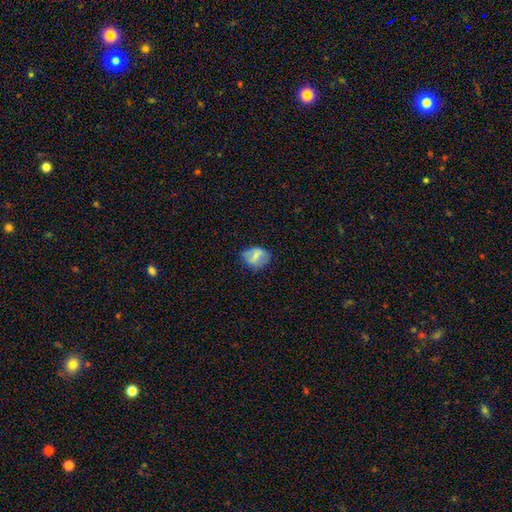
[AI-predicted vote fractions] Smooth or featured: smooth — 57% (featured or disk — 34%)
How rounded: in between — 56% (round — 42%)
Merging: none — 70% (minor disturbance — 21%)